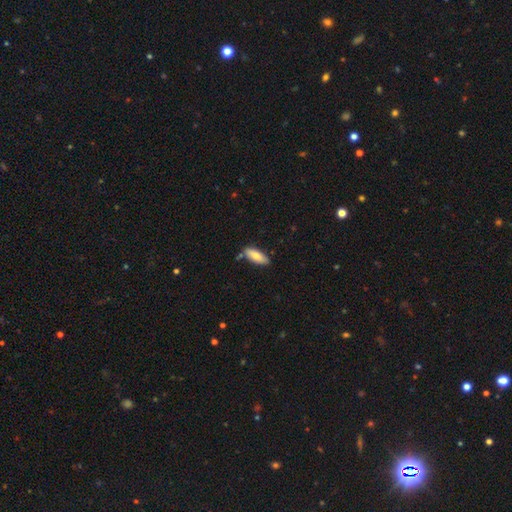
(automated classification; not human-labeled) smooth_or_featured: smooth (p=0.78) [alt: featured or disk p=0.16]
how_rounded: in between (p=0.70) [alt: cigar-shaped p=0.28]
merging: none (p=0.80) [alt: minor disturbance p=0.14]